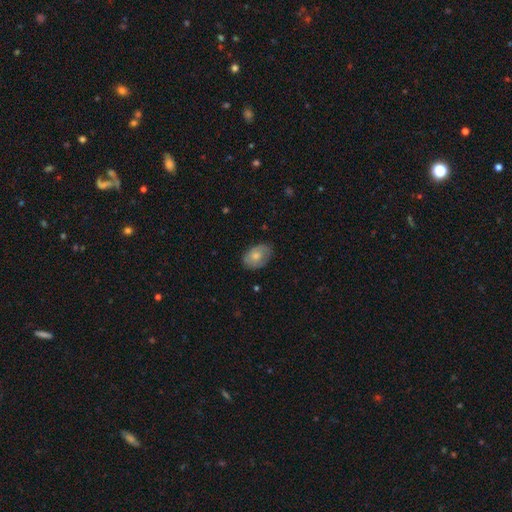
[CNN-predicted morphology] A smooth galaxy with no disk features (66%) that is in between round and cigar-shaped (84%). Merging: none (75%).